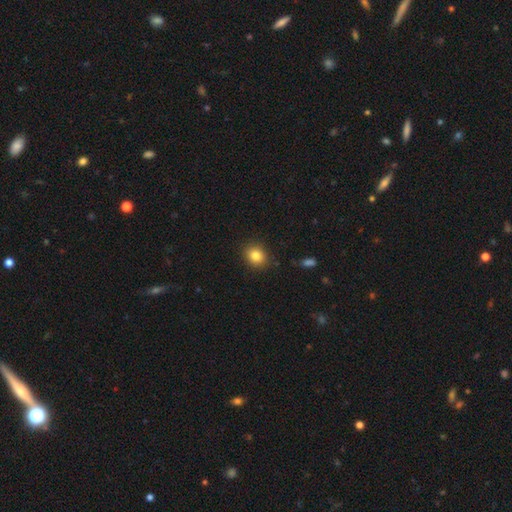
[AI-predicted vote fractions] Overall: smooth (83%). How rounded: round (70%). Merging: none (88%).